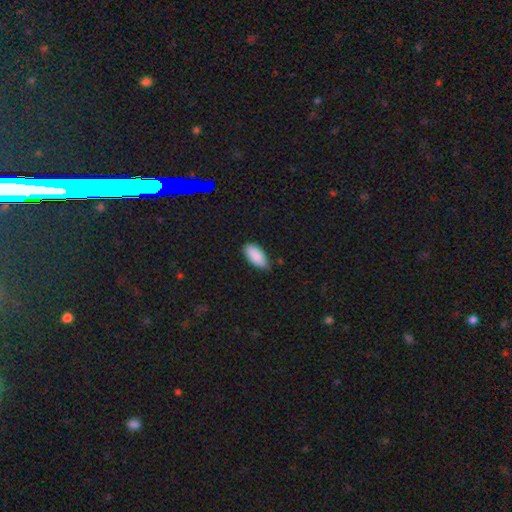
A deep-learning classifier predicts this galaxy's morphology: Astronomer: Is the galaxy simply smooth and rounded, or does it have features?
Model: smooth — 89%.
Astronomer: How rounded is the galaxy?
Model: in between — 91%.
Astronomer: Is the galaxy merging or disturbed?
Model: none — 75%.